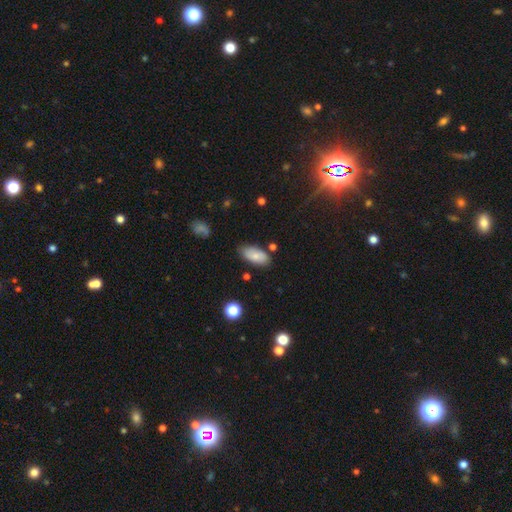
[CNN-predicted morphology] Overall: smooth (79%). How rounded: in between (90%). Merging: none (77%).